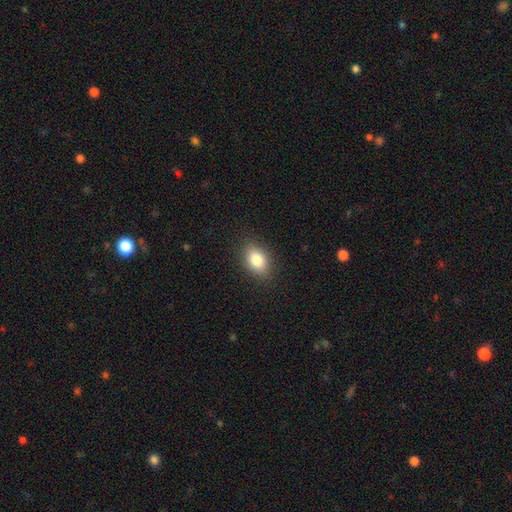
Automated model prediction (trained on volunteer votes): smooth_or_featured: smooth (p=0.82) [alt: star or artifact p=0.10]
how_rounded: in between (p=0.79) [alt: round p=0.19]
merging: none (p=0.89) [alt: minor disturbance p=0.08]